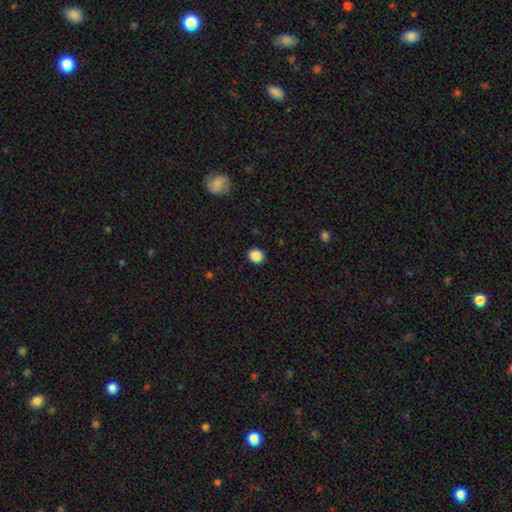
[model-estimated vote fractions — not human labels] smooth_or_featured: smooth (p=0.88) [alt: star or artifact p=0.09]
how_rounded: round (p=0.76) [alt: in between p=0.23]
merging: none (p=0.91) [alt: minor disturbance p=0.06]